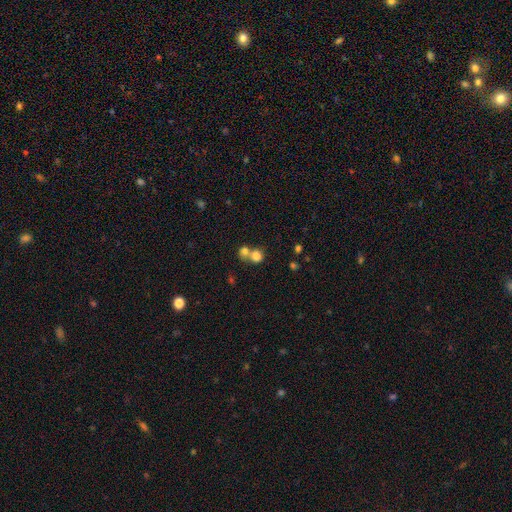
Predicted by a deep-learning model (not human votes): Q: Smooth or featured?
A: smooth (78%); runner-up: star or artifact (12%)
Q: How rounded?
A: round (79%); runner-up: in between (20%)
Q: Merging?
A: merger (56%); runner-up: none (35%)